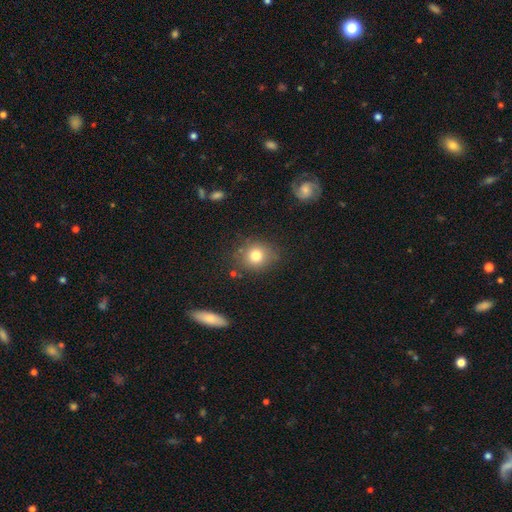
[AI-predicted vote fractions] Morphology: type=smooth (78%); roundness=round (76%); merging=none (79%).